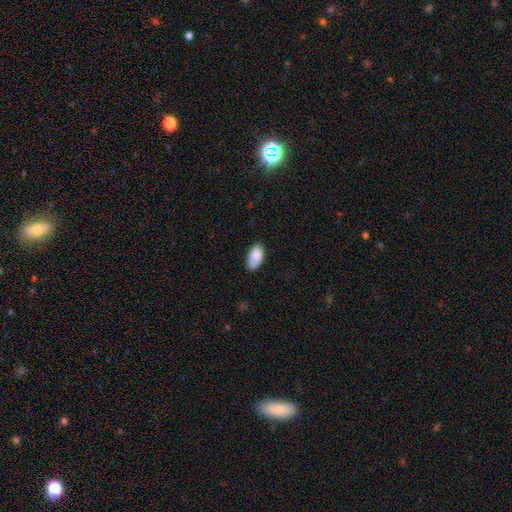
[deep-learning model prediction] Smooth or featured? Predicted: smooth (p=0.86). How rounded? Predicted: in between (p=0.94). Merging? Predicted: none (p=0.73).